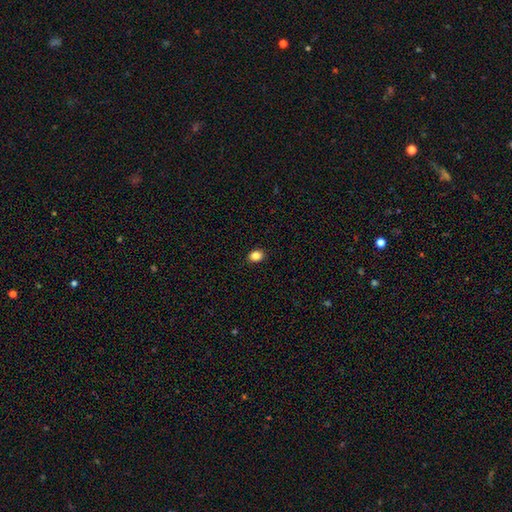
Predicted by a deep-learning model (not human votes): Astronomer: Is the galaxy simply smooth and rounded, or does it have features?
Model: smooth — 85%.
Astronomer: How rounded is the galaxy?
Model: in between — 59% (runner-up: round, 40%).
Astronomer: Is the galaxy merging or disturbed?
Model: none — 91%.